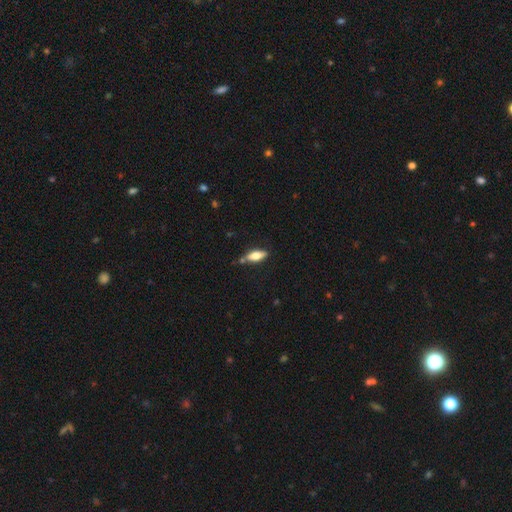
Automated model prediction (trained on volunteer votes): smooth-or-featured: smooth: 63% | featured or disk: 31% | star or artifact: 7%
  how-rounded: in between: 66% | cigar-shaped: 32% | round: 3%
  merging: none: 73% | minor disturbance: 17% | merger: 6% | major disturbance: 4%